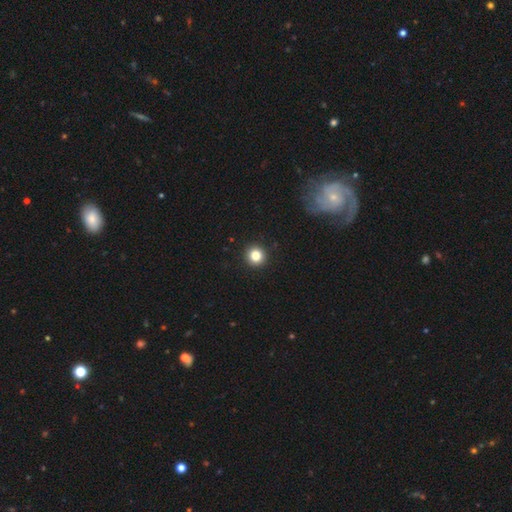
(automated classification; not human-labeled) Morphology: type=smooth (83%); roundness=round (94%); merging=none (93%).